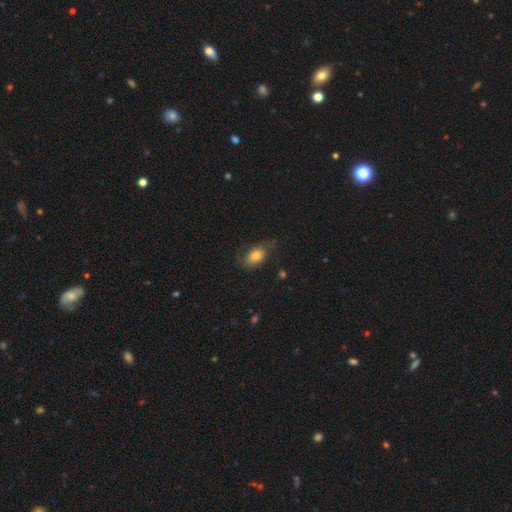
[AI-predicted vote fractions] Overall: smooth (73%). How rounded: in between (86%). Merging: none (64%).